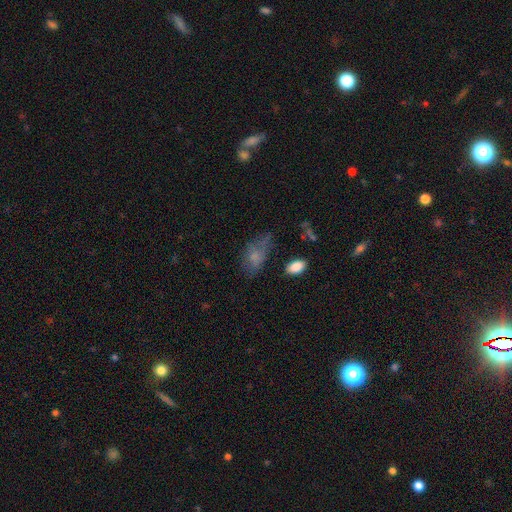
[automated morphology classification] A smooth galaxy with no disk features (67%) that is in between round and cigar-shaped (87%).

Vote fractions:
- Smooth or featured? smooth: 67% / featured or disk: 20% / star or artifact: 13%
- How rounded? in between: 87% / round: 8% / cigar-shaped: 5%
- Merging? none: 43% / minor disturbance: 30% / major disturbance: 21% / merger: 5%